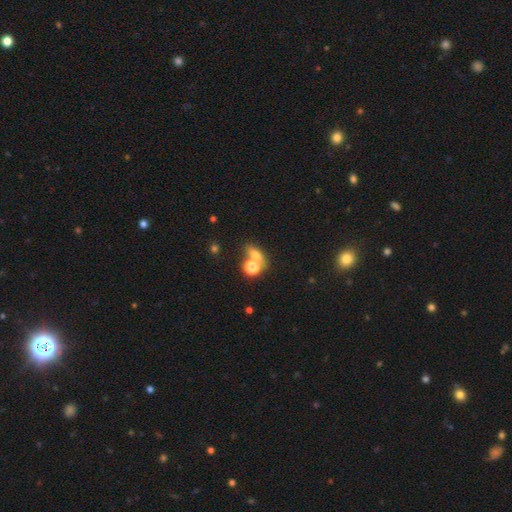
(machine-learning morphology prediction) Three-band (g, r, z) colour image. It shows a smooth galaxy with no disk features (65%) that is in between round and cigar-shaped (50%). Merging: none (48%).